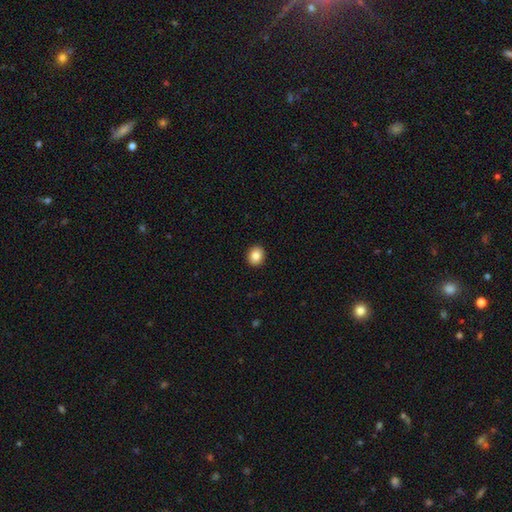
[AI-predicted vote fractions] Smooth or featured: smooth — 87% (star or artifact — 9%)
How rounded: round — 71% (in between — 29%)
Merging: none — 92% (minor disturbance — 5%)